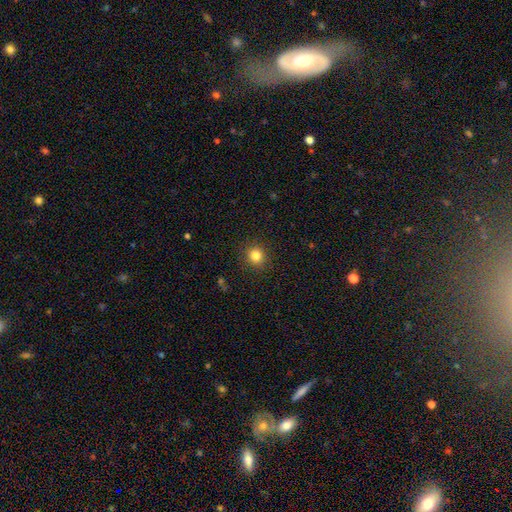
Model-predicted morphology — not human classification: A smooth galaxy with no disk features (83%) that is round (91%). Merging: none (90%).